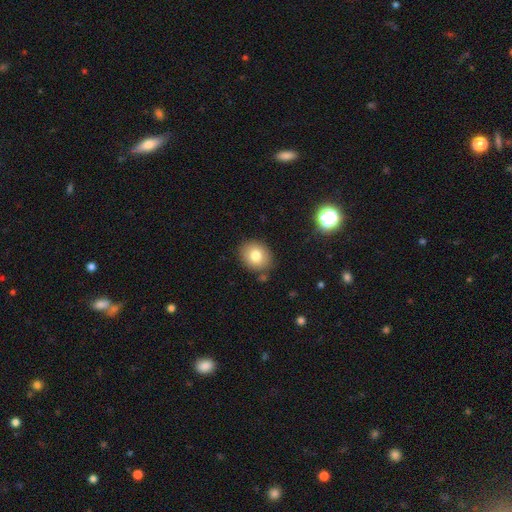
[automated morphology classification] Smooth or featured? Predicted: smooth (p=0.79). How rounded? Predicted: round (p=0.61). Merging? Predicted: none (p=0.84).